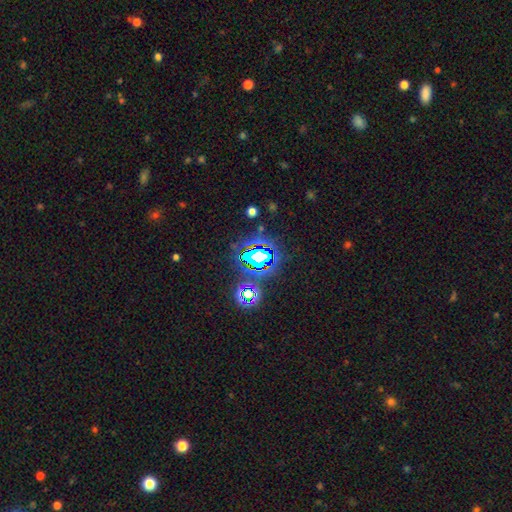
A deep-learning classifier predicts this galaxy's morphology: smooth-or-featured: star or artifact: 72% | smooth: 16% | featured or disk: 13%